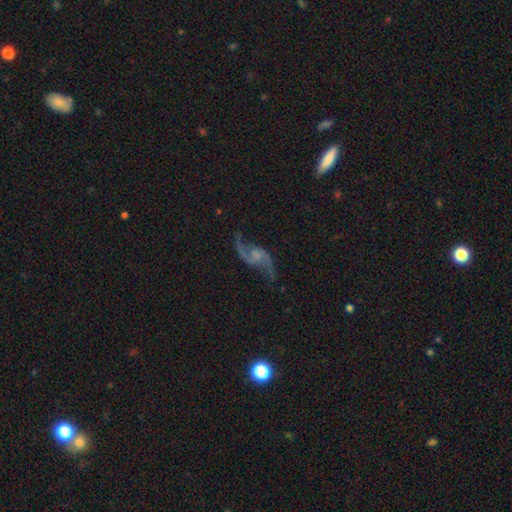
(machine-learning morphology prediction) smooth_or_featured: featured or disk (p=0.87) [alt: star or artifact p=0.07]
disk_edge_on: no (p=0.96) [alt: yes p=0.04]
bar: no (p=0.55) [alt: weak p=0.36]
has_spiral_arms: yes (p=0.96) [alt: no p=0.04]
spiral_winding: loose (p=0.81) [alt: medium p=0.16]
spiral_arm_count: 2 (p=0.93) [alt: 1 p=0.02]
bulge_size: none (p=0.46) [alt: small p=0.32]
merging: none (p=0.73) [alt: minor disturbance p=0.15]